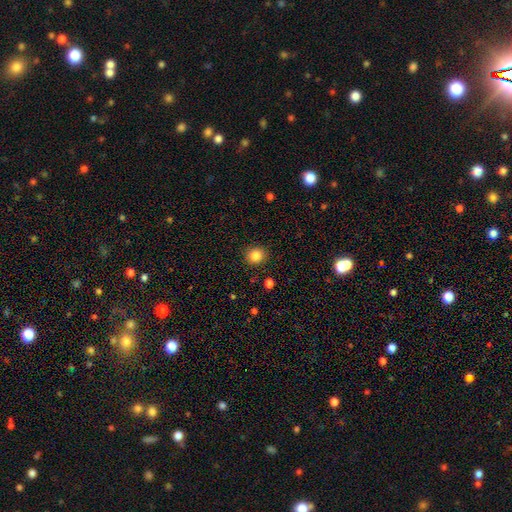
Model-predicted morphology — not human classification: smooth_or_featured: smooth (p=0.85) [alt: star or artifact p=0.11]
how_rounded: round (p=0.84) [alt: in between p=0.15]
merging: none (p=0.90) [alt: minor disturbance p=0.06]